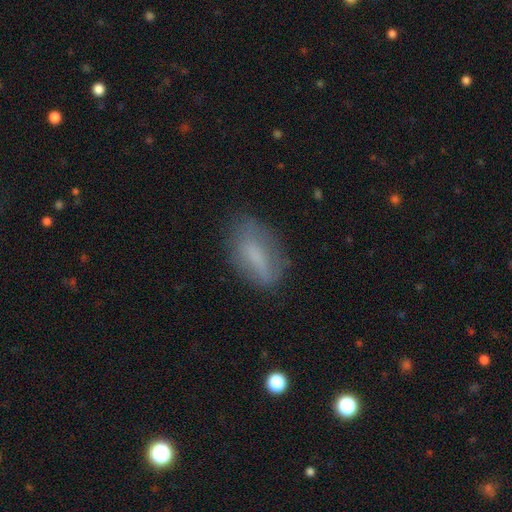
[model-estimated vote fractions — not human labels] Overall: smooth (66%). How rounded: in between (82%). Merging: none (67%).